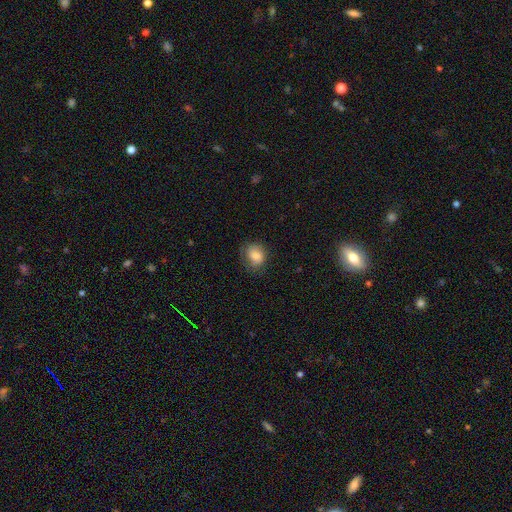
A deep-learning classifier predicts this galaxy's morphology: smooth_or_featured: smooth (p=0.80) [alt: featured or disk p=0.11]
how_rounded: round (p=0.59) [alt: in between p=0.40]
merging: none (p=0.63) [alt: minor disturbance p=0.25]